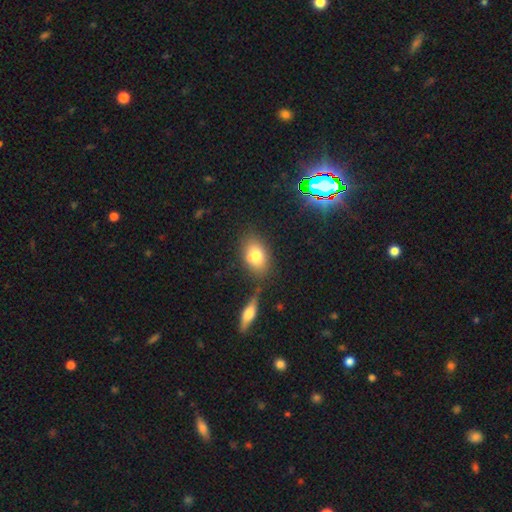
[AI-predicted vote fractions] Morphology: type=smooth (76%); roundness=in between (81%); merging=none (65%).